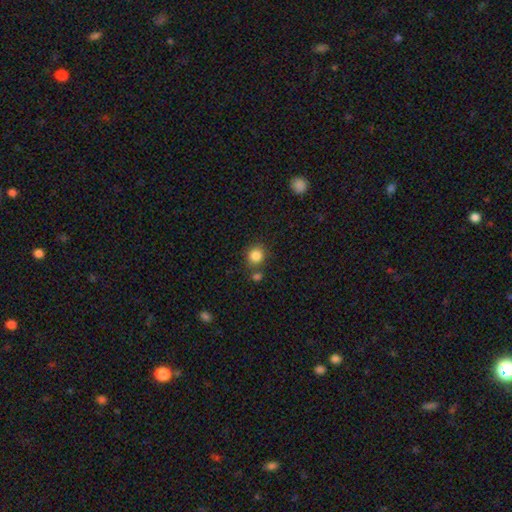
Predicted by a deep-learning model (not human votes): Smooth or featured? Predicted: smooth (p=0.85). How rounded? Predicted: round (p=0.87). Merging? Predicted: none (p=0.74).